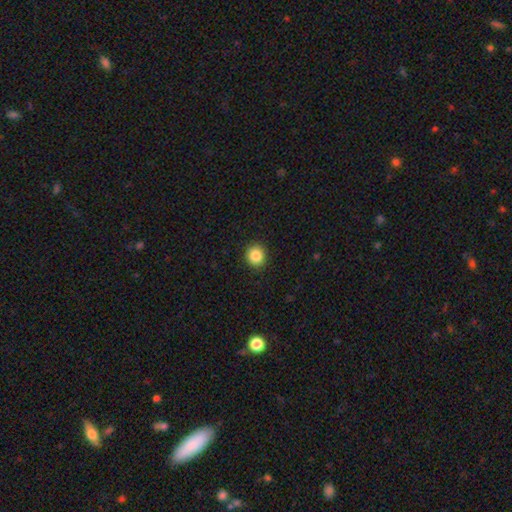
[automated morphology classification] The model was most divided on "how rounded": round: 87%, in between: 12%, cigar-shaped: 1%. More confident: merging — none (91%); smooth or featured — smooth (86%).